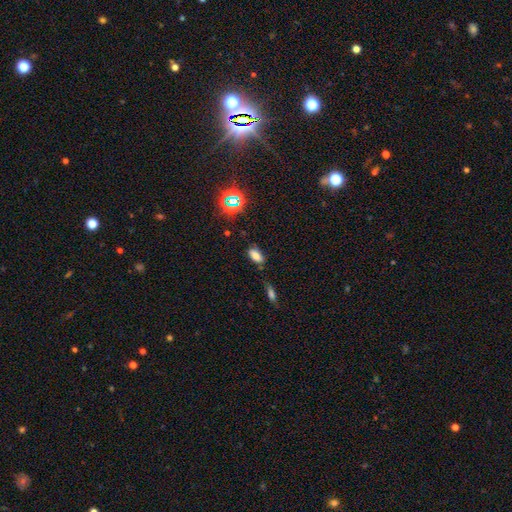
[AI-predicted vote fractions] Smooth or featured? Predicted: smooth (p=0.72). How rounded? Predicted: in between (p=0.87). Merging? Predicted: none (p=0.75).